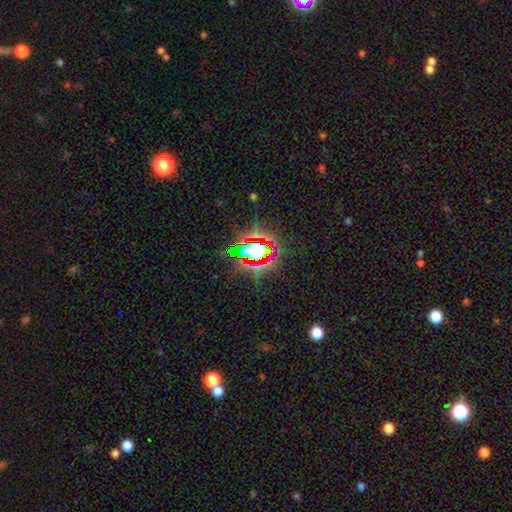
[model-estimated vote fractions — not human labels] smooth_or_featured: star or artifact (p=0.68) [alt: smooth p=0.20]